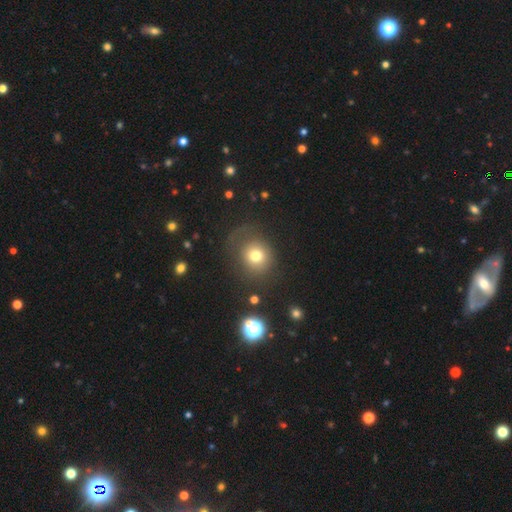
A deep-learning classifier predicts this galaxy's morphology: The model was most divided on "merging": none: 62%, minor disturbance: 18%, major disturbance: 18%, merger: 3%. More confident: how rounded — round (80%); smooth or featured — smooth (72%).